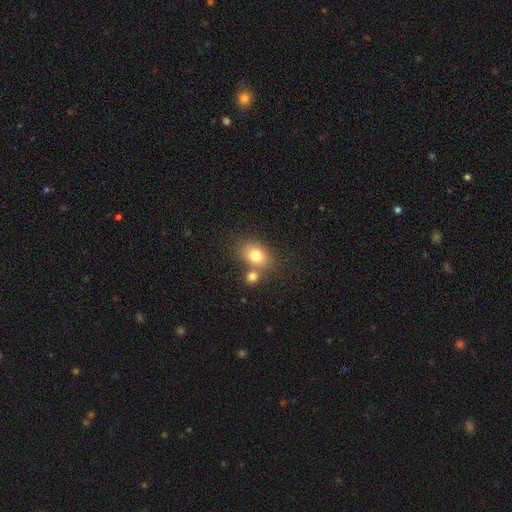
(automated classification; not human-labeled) Smooth or featured? smooth (78%)
How rounded? in between (66%)
Merging? none (53%)